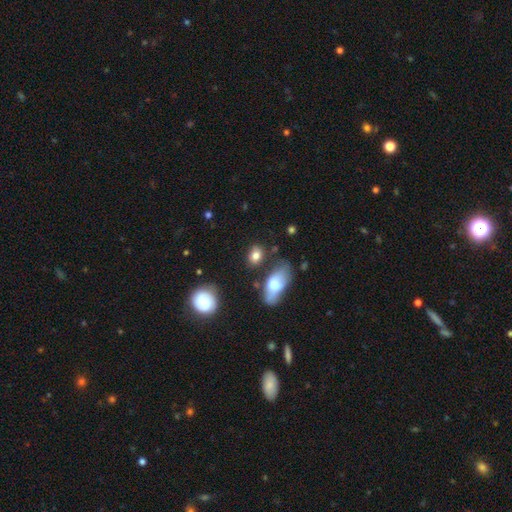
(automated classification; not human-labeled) Morphology: type=smooth (78%); roundness=in between (66%); merging=none (70%).